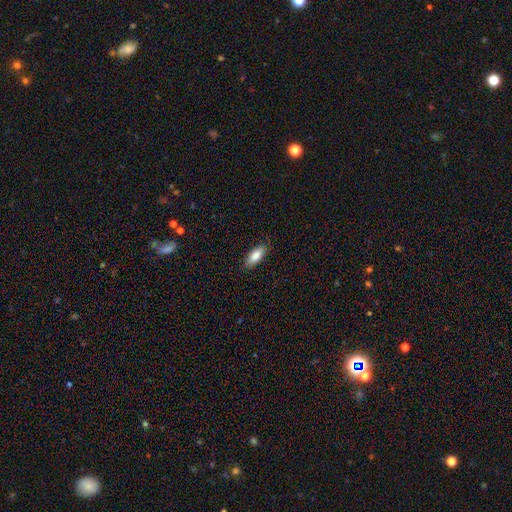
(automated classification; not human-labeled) Overall: smooth (85%). How rounded: in between (81%). Merging: none (86%).